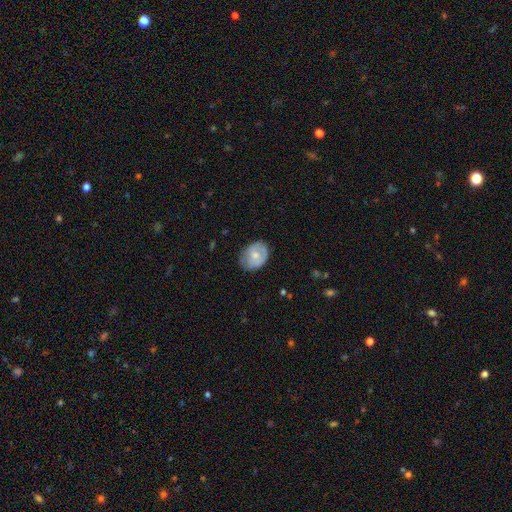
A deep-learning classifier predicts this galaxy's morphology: Smooth or featured?
  - smooth: 60% *
  - featured or disk: 33%
  - star or artifact: 7%
How rounded?
  - in between: 57% *
  - round: 42%
  - cigar-shaped: 1%
Merging?
  - none: 63% *
  - minor disturbance: 28%
  - major disturbance: 7%
  - merger: 1%